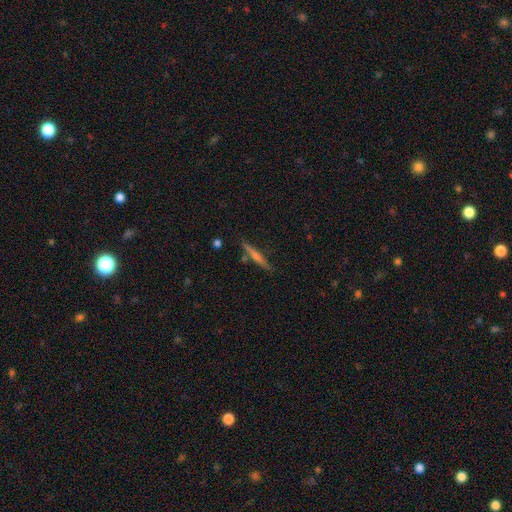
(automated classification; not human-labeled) smooth 54%, featured or disk 39%, star or artifact 6%. Down the decision tree: how rounded — cigar-shaped (93%); merging — none (80%).